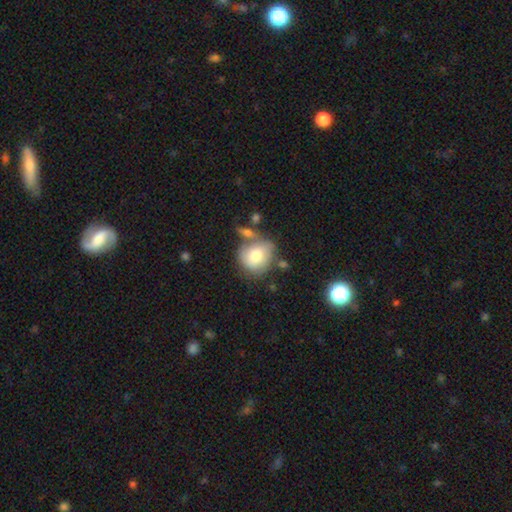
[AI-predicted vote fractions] A smooth galaxy with no disk features (75%) that is round (72%).

Vote fractions:
- Smooth or featured? smooth: 75% / featured or disk: 18% / star or artifact: 8%
- How rounded? round: 72% / in between: 27% / cigar-shaped: 1%
- Merging? none: 52% / minor disturbance: 22% / merger: 17% / major disturbance: 9%